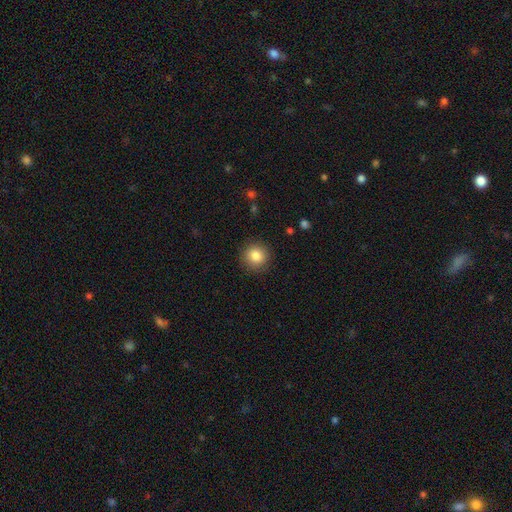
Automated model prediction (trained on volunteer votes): Overall: smooth (84%). How rounded: round (92%). Merging: none (90%).